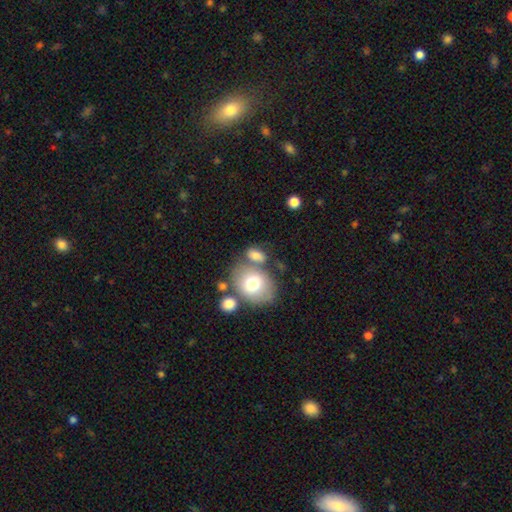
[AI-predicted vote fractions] smooth-or-featured: smooth: 73% | featured or disk: 18% | star or artifact: 9%
  how-rounded: in between: 73% | round: 25% | cigar-shaped: 2%
  merging: none: 50% | merger: 26% | minor disturbance: 16% | major disturbance: 8%